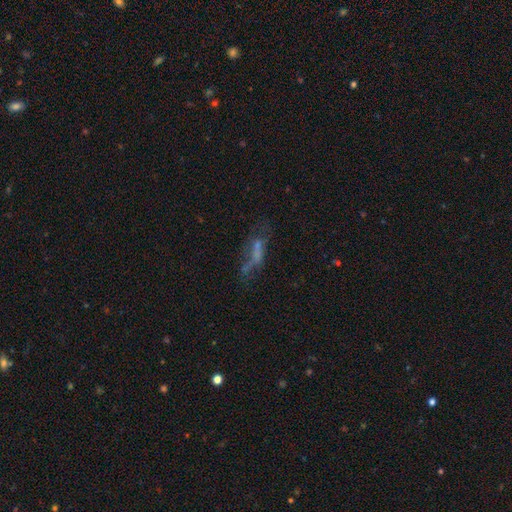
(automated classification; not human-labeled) Smooth or featured? Predicted: featured or disk (p=0.43). Merging? Predicted: none (p=0.38).